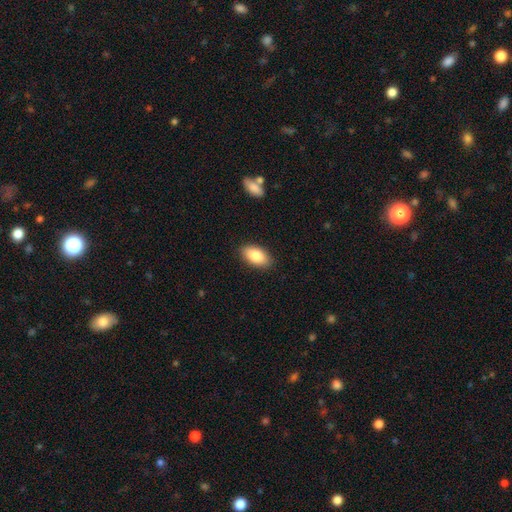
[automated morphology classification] Q: Smooth or featured?
A: smooth (85%); runner-up: featured or disk (9%)
Q: How rounded?
A: in between (93%); runner-up: round (3%)
Q: Merging?
A: none (88%); runner-up: minor disturbance (9%)